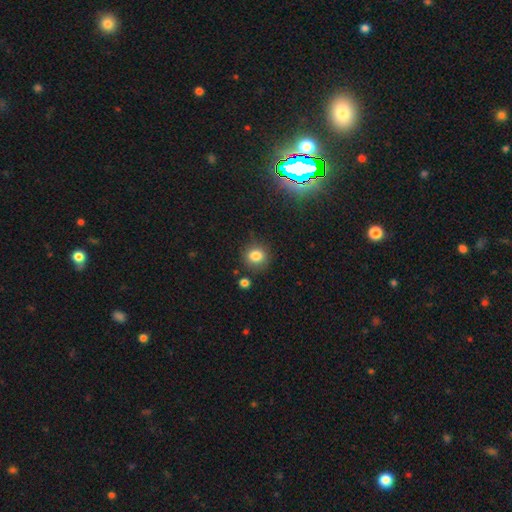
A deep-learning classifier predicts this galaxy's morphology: A smooth galaxy with no disk features (83%) that is round (81%).

Vote fractions:
- Smooth or featured? smooth: 83% / star or artifact: 12% / featured or disk: 5%
- How rounded? round: 81% / in between: 18% / cigar-shaped: 1%
- Merging? none: 83% / minor disturbance: 10% / merger: 4% / major disturbance: 3%